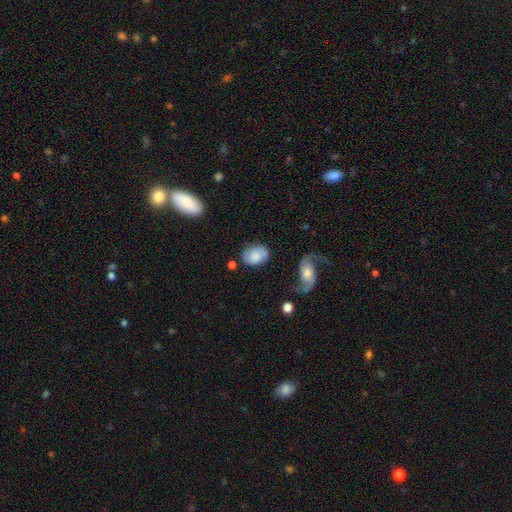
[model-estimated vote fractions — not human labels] smooth 60%, featured or disk 32%, star or artifact 8%. Down the decision tree: how rounded — in between (77%); merging — none (67%).